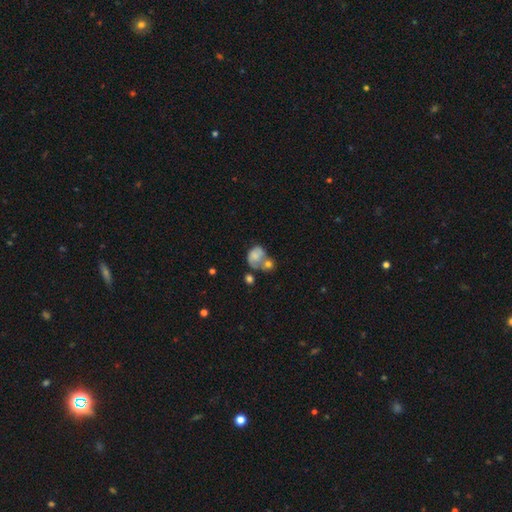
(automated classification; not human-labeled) smooth_or_featured: smooth (p=0.59) [alt: featured or disk p=0.31]
how_rounded: in between (p=0.55) [alt: round p=0.44]
merging: merger (p=0.45) [alt: none p=0.21]